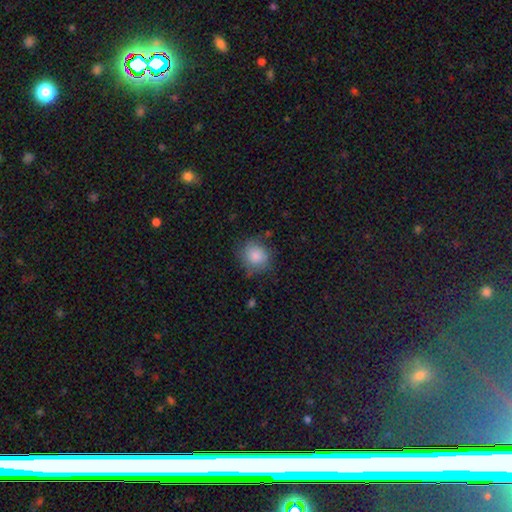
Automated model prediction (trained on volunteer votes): smooth-or-featured: smooth: 84% | star or artifact: 8% | featured or disk: 7%
  how-rounded: round: 86% | in between: 13% | cigar-shaped: 1%
  merging: none: 73% | minor disturbance: 20% | major disturbance: 6% | merger: 2%